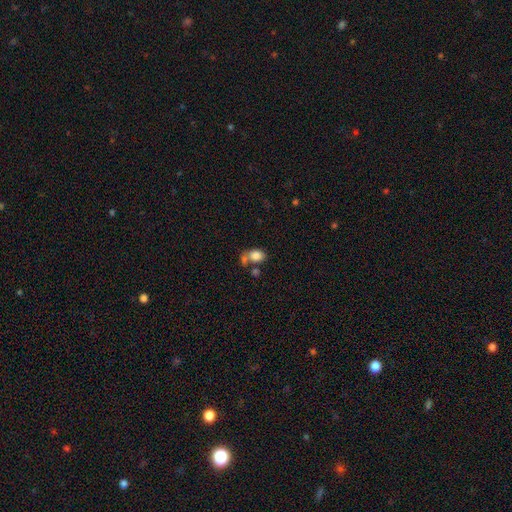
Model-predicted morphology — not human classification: Smooth or featured?
  - smooth: 81% *
  - featured or disk: 10%
  - star or artifact: 9%
How rounded?
  - in between: 71% *
  - round: 28%
  - cigar-shaped: 1%
Merging?
  - none: 40% *
  - merger: 37%
  - minor disturbance: 14%
  - major disturbance: 8%